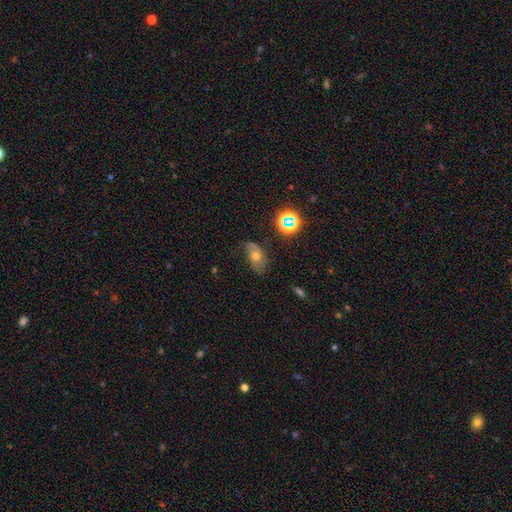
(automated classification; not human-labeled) A smooth galaxy with no disk features (45%). Merging: none (50%).